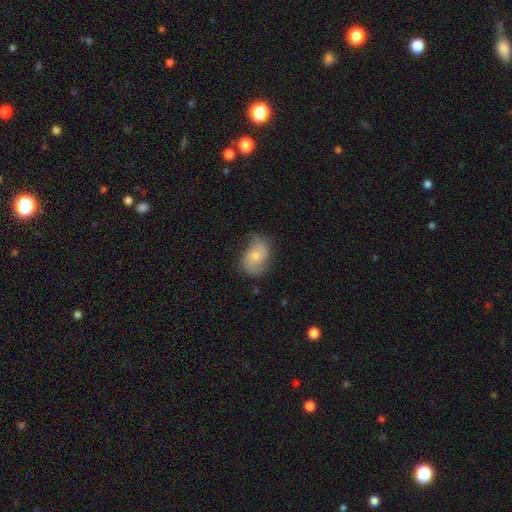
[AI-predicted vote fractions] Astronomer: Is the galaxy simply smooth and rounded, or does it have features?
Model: smooth — 57% (runner-up: featured or disk, 35%).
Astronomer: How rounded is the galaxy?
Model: in between — 81%.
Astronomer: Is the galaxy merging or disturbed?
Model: none — 58%.